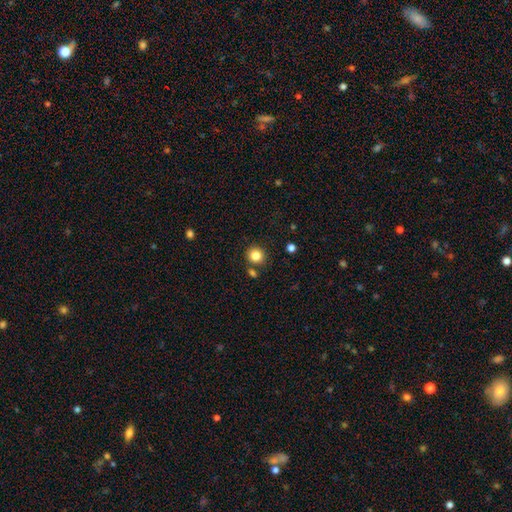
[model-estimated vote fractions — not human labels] Smooth or featured? Predicted: smooth (p=0.83). How rounded? Predicted: round (p=0.90). Merging? Predicted: none (p=0.81).